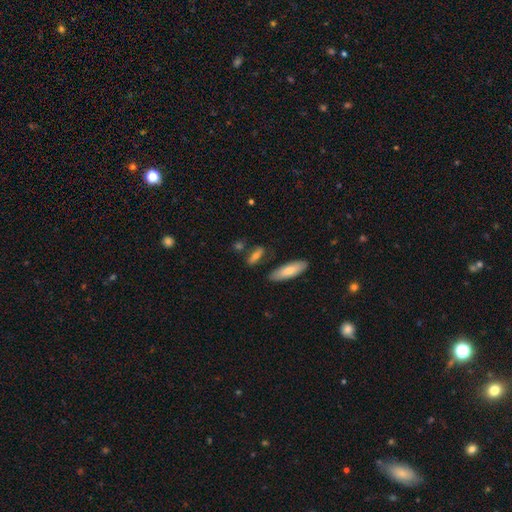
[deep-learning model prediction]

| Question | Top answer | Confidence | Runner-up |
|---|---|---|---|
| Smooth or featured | smooth | 66% | featured or disk (25%) |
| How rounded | in between | 53% | cigar-shaped (43%) |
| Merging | none | 73% | minor disturbance (15%) |